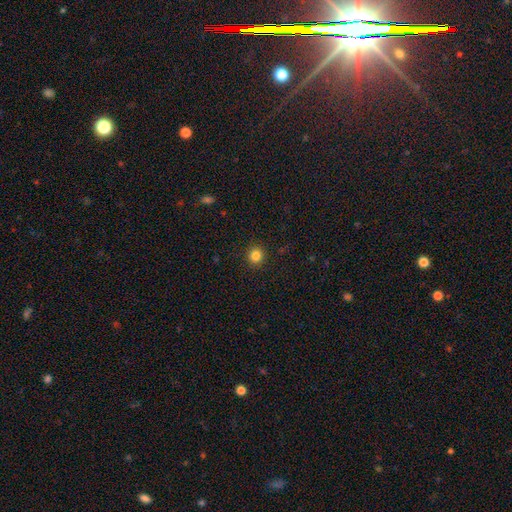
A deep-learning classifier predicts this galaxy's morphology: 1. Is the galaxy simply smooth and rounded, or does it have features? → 83% smooth, 12% star or artifact, 5% featured or disk.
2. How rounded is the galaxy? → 91% round, 8% in between, 1% cigar-shaped.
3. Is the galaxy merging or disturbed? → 92% none, 5% minor disturbance, 2% major disturbance, 1% merger.